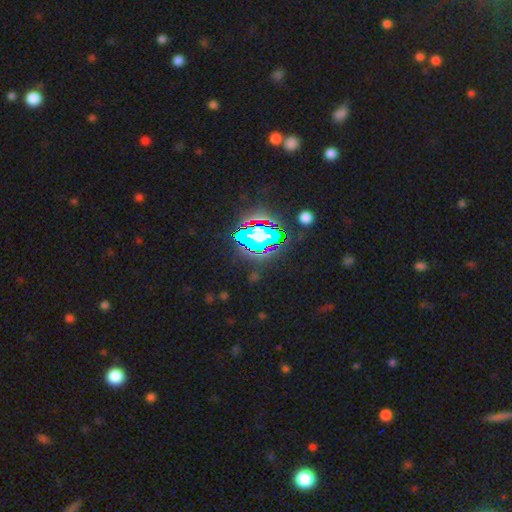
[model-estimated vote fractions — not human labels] Morphology: type=star or artifact (79%).